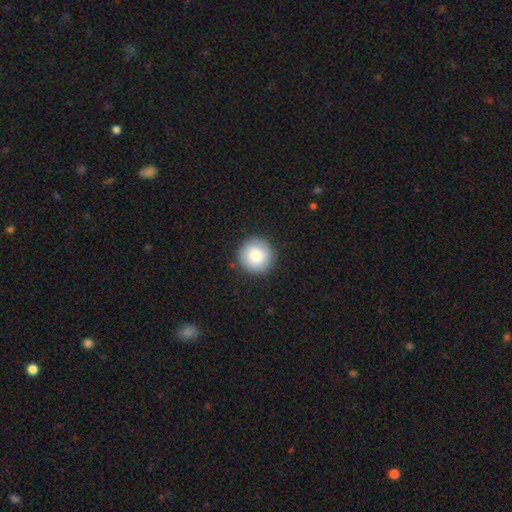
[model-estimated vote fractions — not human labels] This appears to be a smooth galaxy with no disk features (82%) that is round (95%). Merging: none (89%).